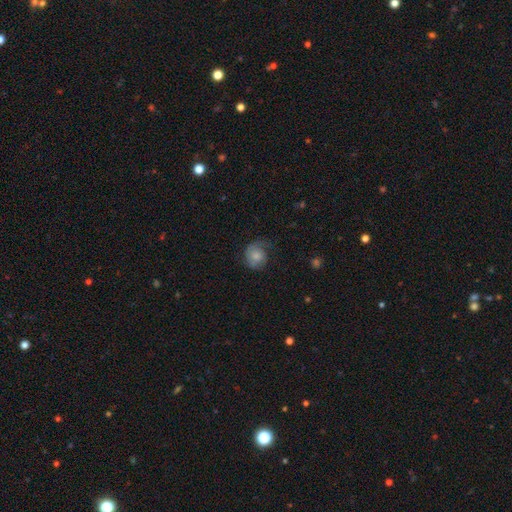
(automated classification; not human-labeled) This appears to be a smooth galaxy with no disk features (56%) that is round (76%). Merging: none (50%).